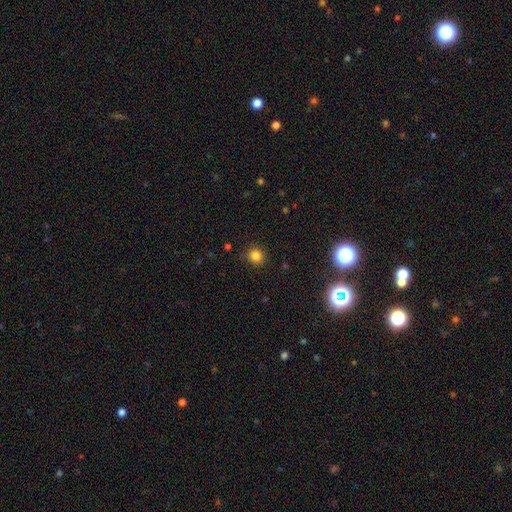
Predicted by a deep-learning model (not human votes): A smooth galaxy with no disk features (83%) that is round (86%).

Vote fractions:
- Smooth or featured? smooth: 83% / star or artifact: 13% / featured or disk: 5%
- How rounded? round: 86% / in between: 13% / cigar-shaped: 1%
- Merging? none: 88% / minor disturbance: 9% / major disturbance: 3% / merger: 1%